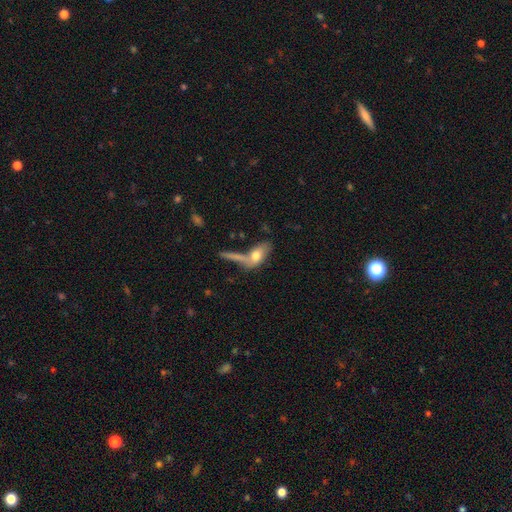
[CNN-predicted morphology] This is likely a smooth galaxy (66%). How rounded: likely in between (77%). Merging: marginally none (36%).